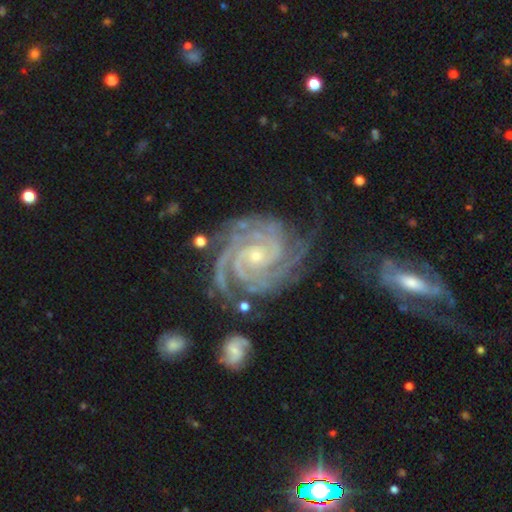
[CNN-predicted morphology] type=featured or disk (93%); edge-on=no (98%); bar=no (70%); spiral arms=yes (99%); winding=tight (80%); arm count=3 (30%); bulge=small (75%); merging=none (65%).